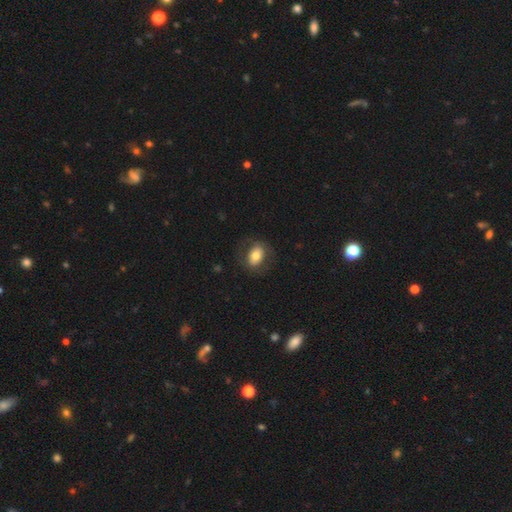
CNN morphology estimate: smooth 71%, featured or disk 22%, star or artifact 7%. Down the decision tree: how rounded — in between (76%); merging — none (77%).